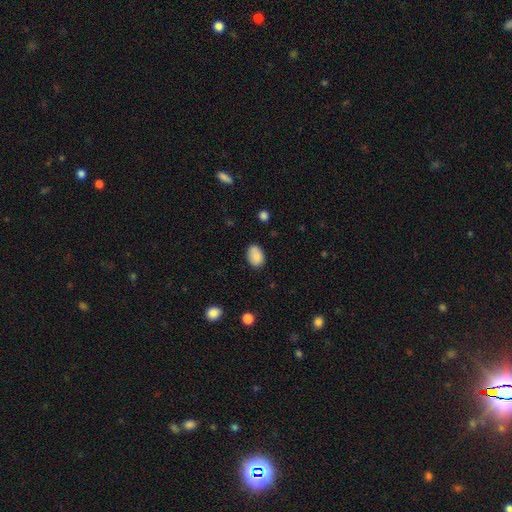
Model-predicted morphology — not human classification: smooth_or_featured: smooth (p=0.87) [alt: star or artifact p=0.08]
how_rounded: in between (p=0.82) [alt: round p=0.17]
merging: none (p=0.77) [alt: minor disturbance p=0.17]